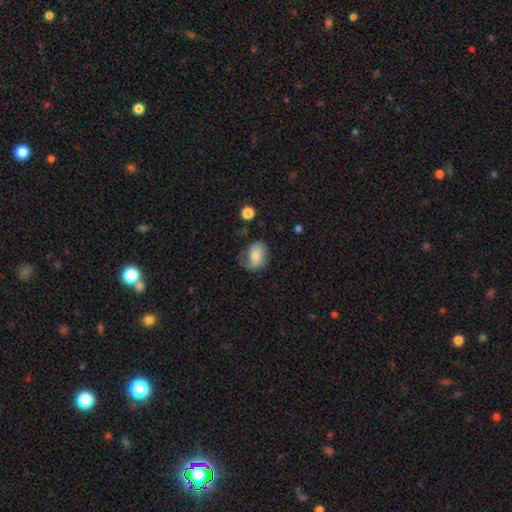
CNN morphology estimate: Smooth or featured? Predicted: smooth (p=0.68). How rounded? Predicted: in between (p=0.74). Merging? Predicted: none (p=0.55).